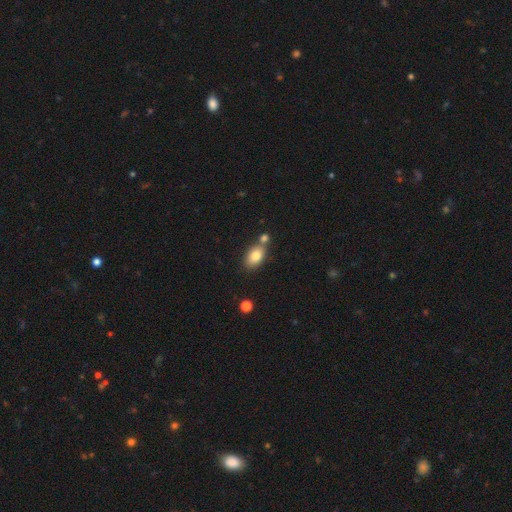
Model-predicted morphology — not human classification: This is clearly a smooth galaxy (81%). How rounded: clearly in between (88%). Merging: possibly none (58%).